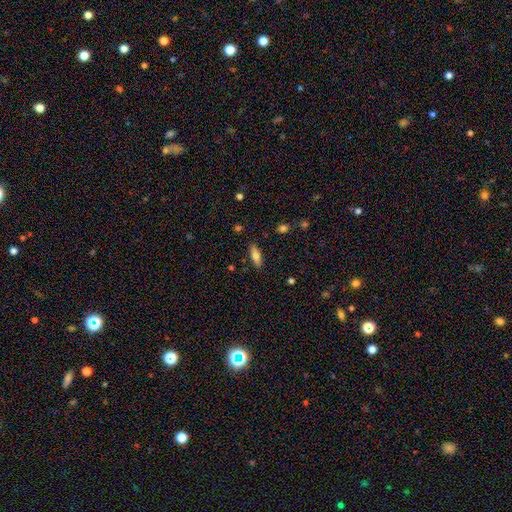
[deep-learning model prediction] Smooth or featured? smooth (68%)
How rounded? in between (54%)
Merging? none (87%)